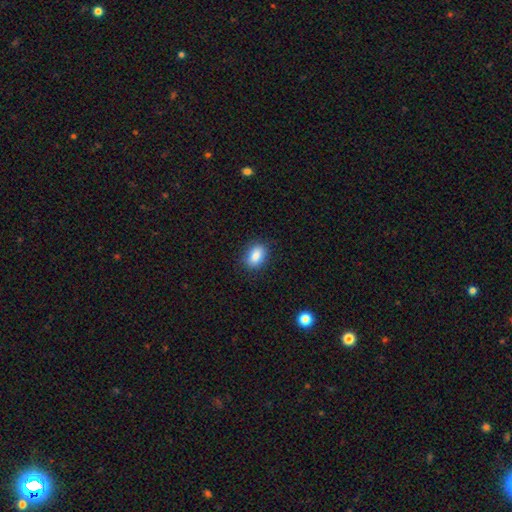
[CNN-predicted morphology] Smooth or featured: smooth — 85% (star or artifact — 8%)
How rounded: in between — 81% (round — 17%)
Merging: none — 86% (minor disturbance — 10%)